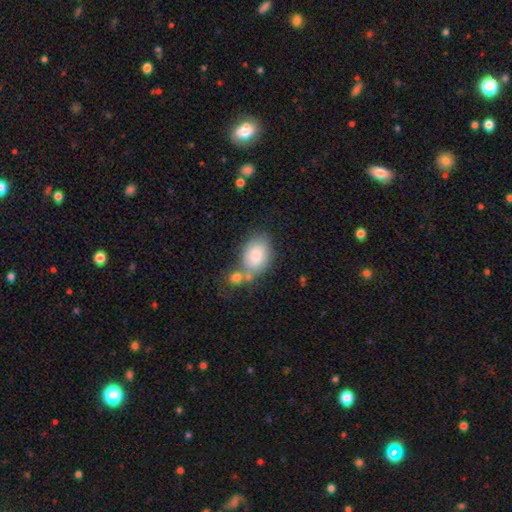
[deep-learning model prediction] Smooth or featured: smooth — 82% (featured or disk — 11%)
How rounded: in between — 84% (round — 14%)
Merging: none — 49% (merger — 26%)